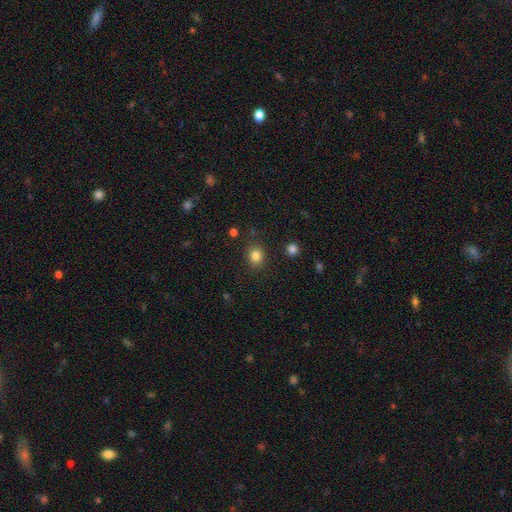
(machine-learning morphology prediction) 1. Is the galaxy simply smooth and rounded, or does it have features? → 83% smooth, 12% star or artifact, 5% featured or disk.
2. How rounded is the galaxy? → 70% round, 29% in between, 1% cigar-shaped.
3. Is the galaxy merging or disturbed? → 87% none, 8% minor disturbance, 3% major disturbance, 2% merger.